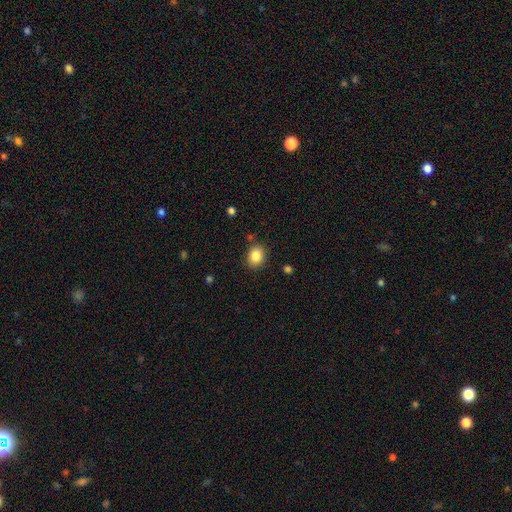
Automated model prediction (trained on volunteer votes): A smooth galaxy with no disk features (85%) that is round (55%). Merging: none (85%).